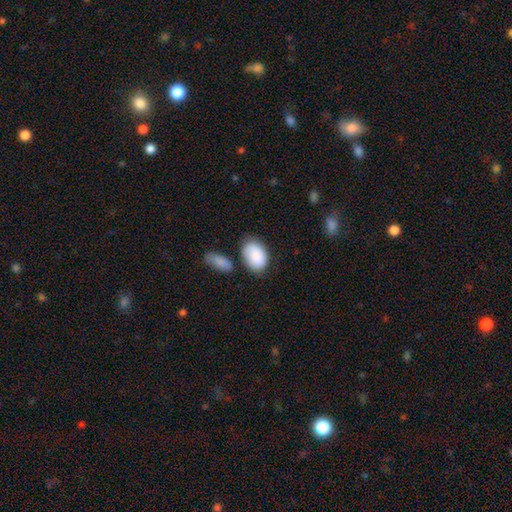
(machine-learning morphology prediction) type=smooth (88%); roundness=in between (91%); merging=none (67%).